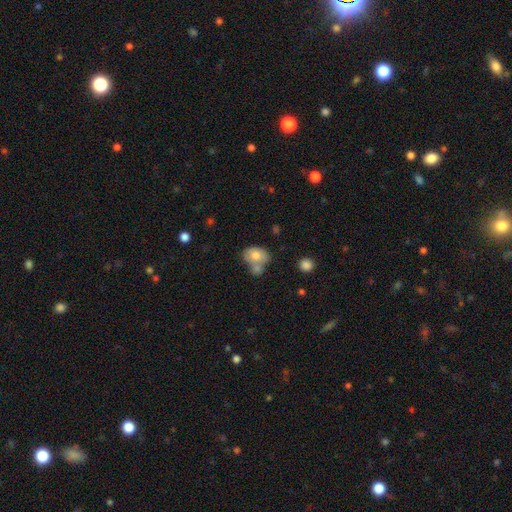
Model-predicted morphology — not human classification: Smooth or featured? Predicted: smooth (p=0.73). How rounded? Predicted: in between (p=0.59). Merging? Predicted: merger (p=0.41).